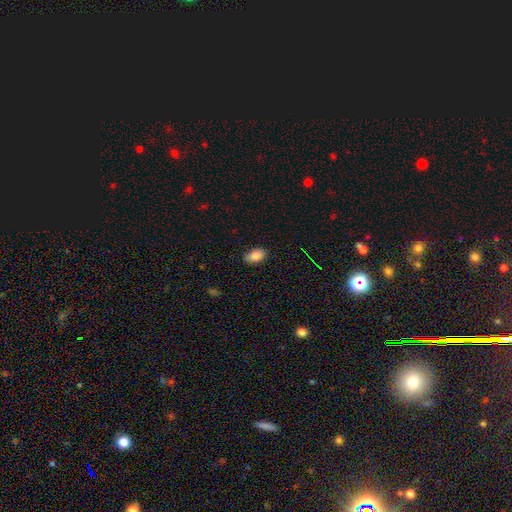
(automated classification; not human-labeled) This is clearly a smooth galaxy (86%). How rounded: clearly in between (89%). Merging: clearly none (82%).